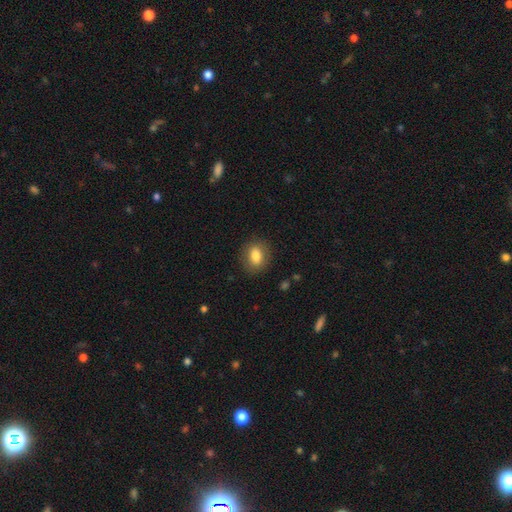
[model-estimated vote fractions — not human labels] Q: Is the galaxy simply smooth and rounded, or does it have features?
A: smooth — 82%.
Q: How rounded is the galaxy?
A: in between — 58%.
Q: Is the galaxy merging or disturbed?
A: none — 86%.